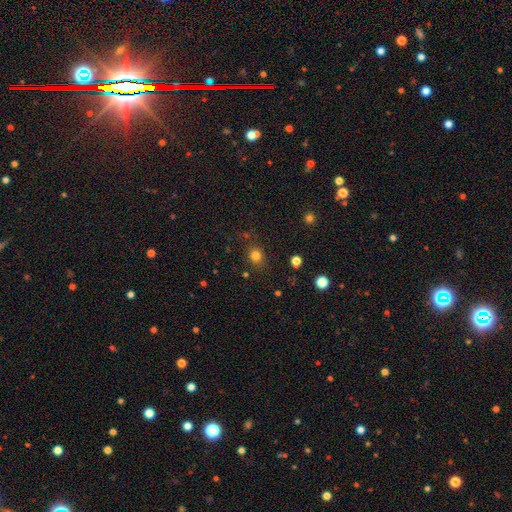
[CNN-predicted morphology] Smooth or featured: smooth — 79% (star or artifact — 15%)
How rounded: round — 74% (in between — 25%)
Merging: none — 83% (minor disturbance — 11%)